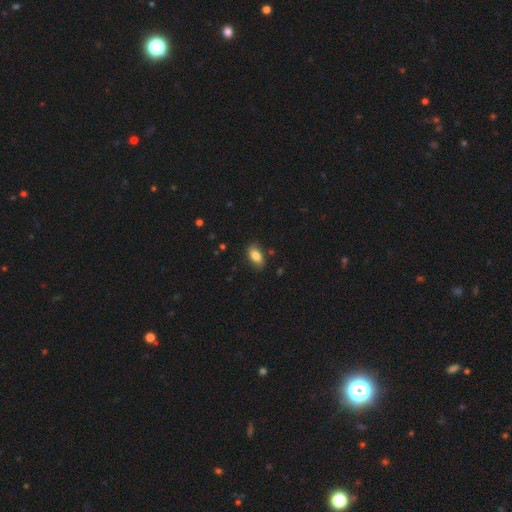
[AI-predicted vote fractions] Morphology: type=smooth (85%); roundness=in between (91%); merging=none (82%).